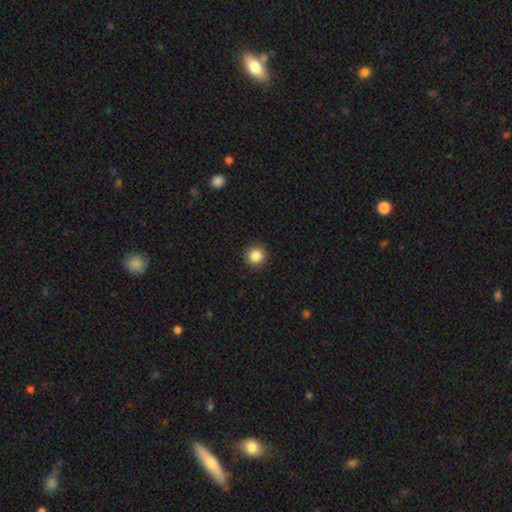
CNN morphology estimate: This appears to be a smooth galaxy with no disk features (87%) that is round (94%). Merging: none (92%).